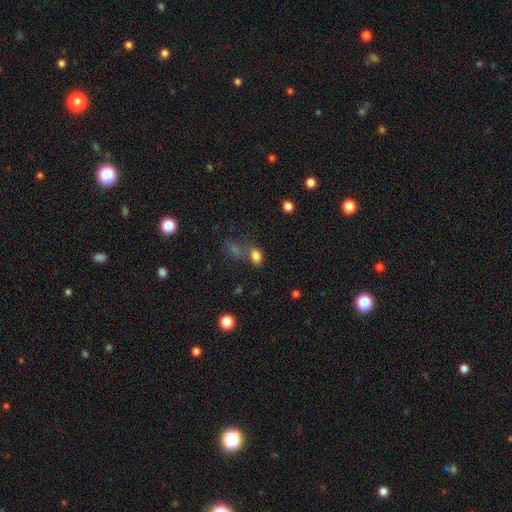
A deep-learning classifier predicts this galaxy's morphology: smooth_or_featured: smooth (p=0.80) [alt: star or artifact p=0.14]
how_rounded: in between (p=0.79) [alt: round p=0.19]
merging: none (p=0.60) [alt: merger p=0.19]